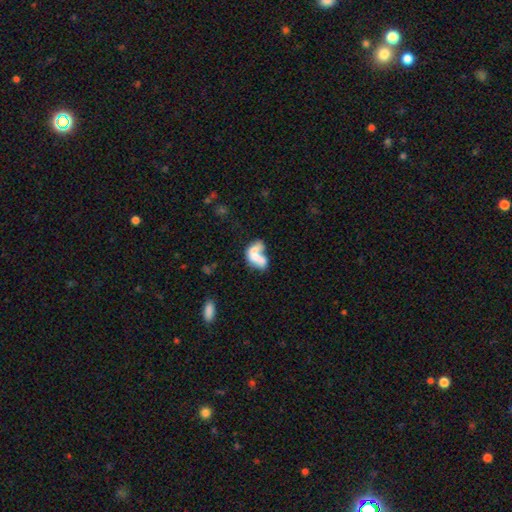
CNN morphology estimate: A smooth galaxy with no disk features (54%) that is in between round and cigar-shaped (84%). Merging: merger (55%).